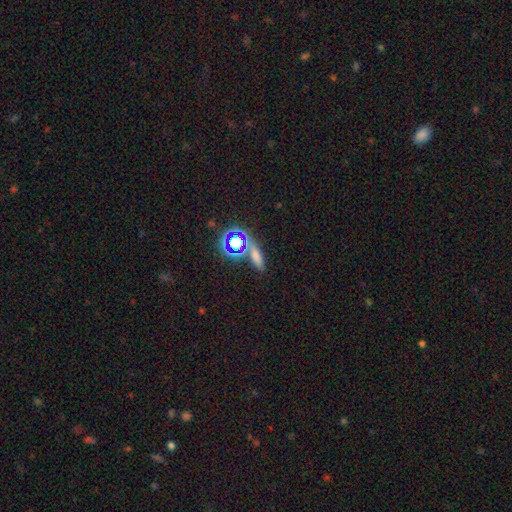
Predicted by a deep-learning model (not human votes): Overall: smooth (56%; star or artifact 32%). How rounded: cigar-shaped (44%; in between 41%). Merging: none (70%).